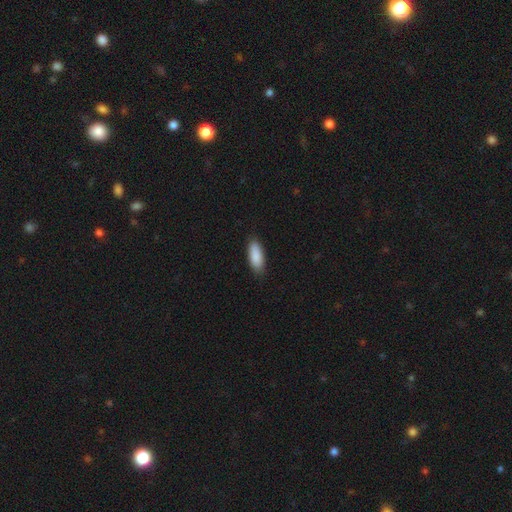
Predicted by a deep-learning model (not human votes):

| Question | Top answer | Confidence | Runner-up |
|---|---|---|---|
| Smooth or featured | smooth | 89% | star or artifact (6%) |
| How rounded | in between | 77% | cigar-shaped (21%) |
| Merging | none | 86% | minor disturbance (11%) |